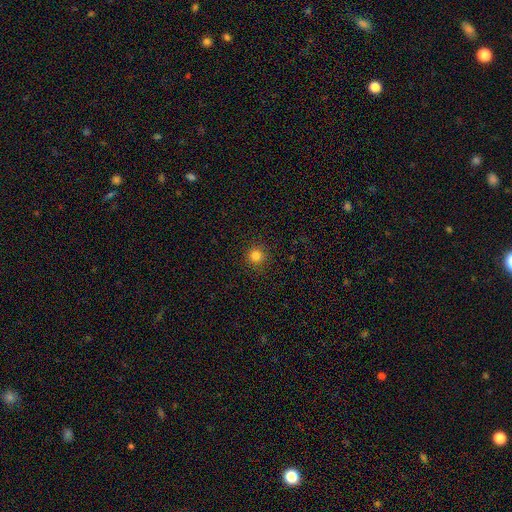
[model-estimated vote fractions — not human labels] Smooth or featured: smooth — 83% (star or artifact — 14%)
How rounded: round — 95% (in between — 4%)
Merging: none — 91% (minor disturbance — 6%)